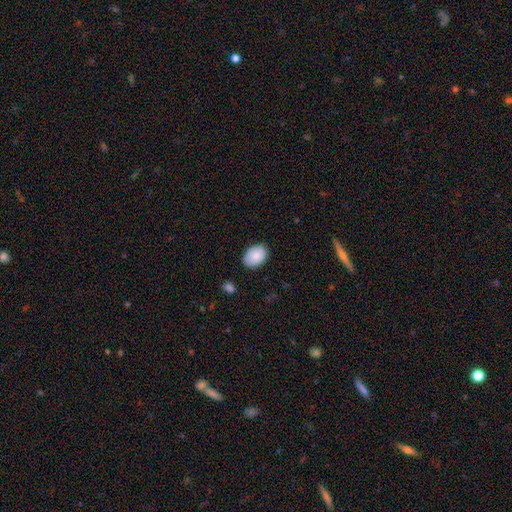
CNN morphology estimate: smooth_or_featured: smooth (p=0.87) [alt: featured or disk p=0.07]
how_rounded: in between (p=0.82) [alt: round p=0.17]
merging: none (p=0.85) [alt: minor disturbance p=0.11]